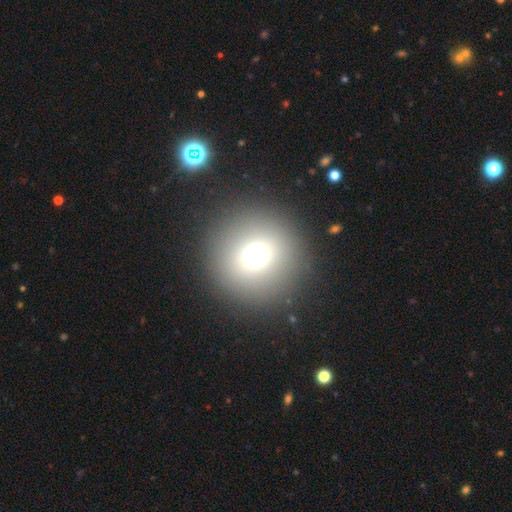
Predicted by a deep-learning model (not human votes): A smooth galaxy with no disk features (67%) that is round (94%). Merging: none (89%).